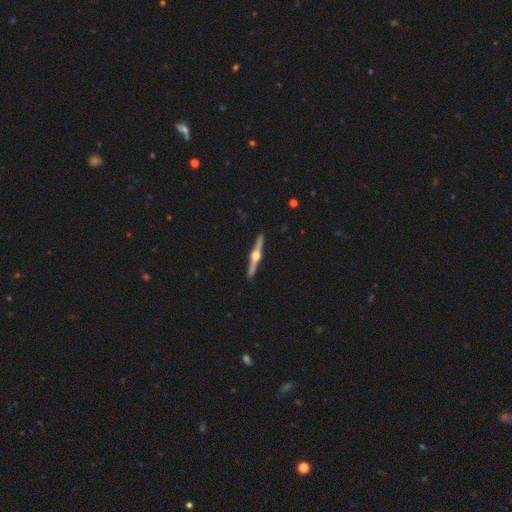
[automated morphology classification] Q: Smooth or featured?
A: featured or disk (85%); runner-up: smooth (11%)
Q: Edge-on disk?
A: yes (99%); runner-up: no (1%)
Q: Edge-on bulge?
A: rounded (95%); runner-up: boxy (3%)
Q: Merging?
A: none (93%); runner-up: minor disturbance (5%)